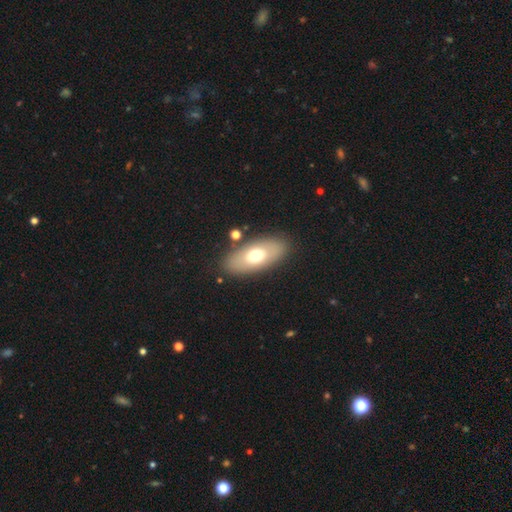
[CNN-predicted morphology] Smooth or featured: smooth — 64% (featured or disk — 29%)
How rounded: in between — 88% (cigar-shaped — 8%)
Merging: none — 84% (minor disturbance — 9%)